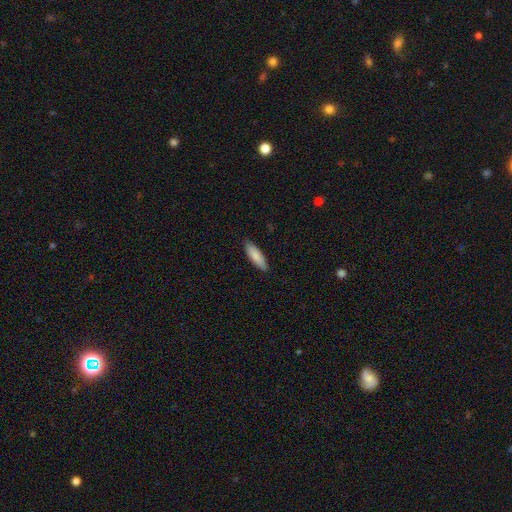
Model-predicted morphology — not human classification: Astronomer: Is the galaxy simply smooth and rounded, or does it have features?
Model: smooth — 86%.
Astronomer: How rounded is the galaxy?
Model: cigar-shaped — 51% (runner-up: in between, 47%).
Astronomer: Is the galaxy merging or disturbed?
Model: none — 87%.